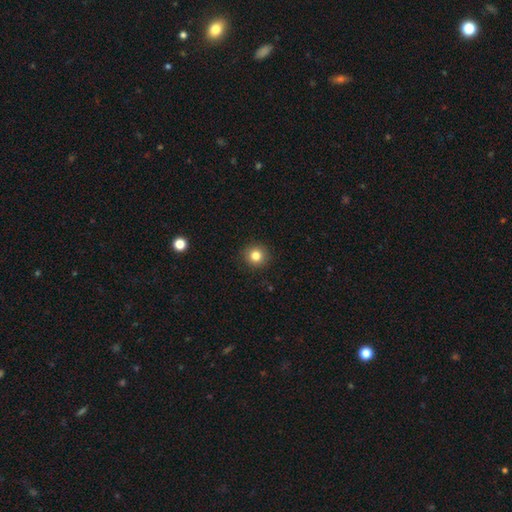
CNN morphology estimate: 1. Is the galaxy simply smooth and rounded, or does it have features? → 83% smooth, 11% star or artifact, 6% featured or disk.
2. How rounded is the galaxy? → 92% round, 7% in between, 1% cigar-shaped.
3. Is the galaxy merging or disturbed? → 91% none, 6% minor disturbance, 2% major disturbance, 1% merger.